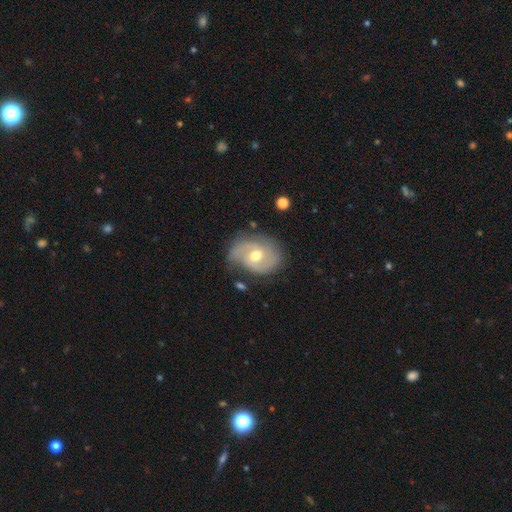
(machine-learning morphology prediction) smooth-or-featured: featured or disk: 68% | smooth: 25% | star or artifact: 7%
  disk-edge-on: no: 96% | yes: 4%
    bar: no: 54% | weak: 38% | strong: 8%
    has-spiral-arms: yes: 82% | no: 18%
      spiral-winding: medium: 42% | tight: 35% | loose: 23%
      spiral-arm-count: 2: 67% | can't tell: 17% | 1: 9% | 3: 4% | 4: 2% | more than 4: 1%
    bulge-size: moderate: 73% | small: 21% | large: 5% | none: 1% | dominant: 1%
  merging: none: 57% | minor disturbance: 29% | major disturbance: 12% | merger: 3%